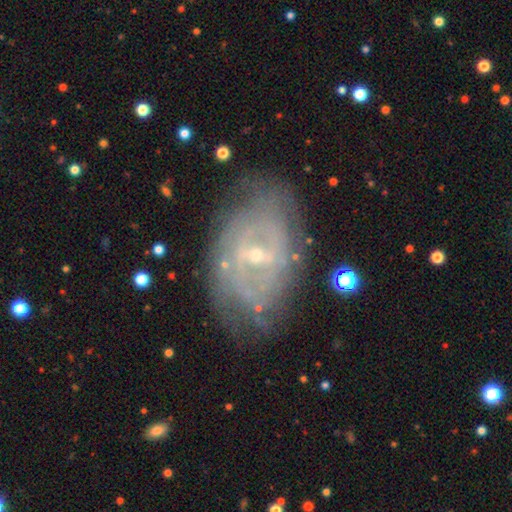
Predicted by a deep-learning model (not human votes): This is likely a featured or disk galaxy (79%). It is clearly not viewed edge-on (95%). Bar: possibly weak (49%). Spiral arm pattern: clearly yes (80%). Spiral arm count: possibly can't tell (51%). Spiral winding: likely tight (63%). Central bulge: likely small (77%). Merging: likely none (70%).